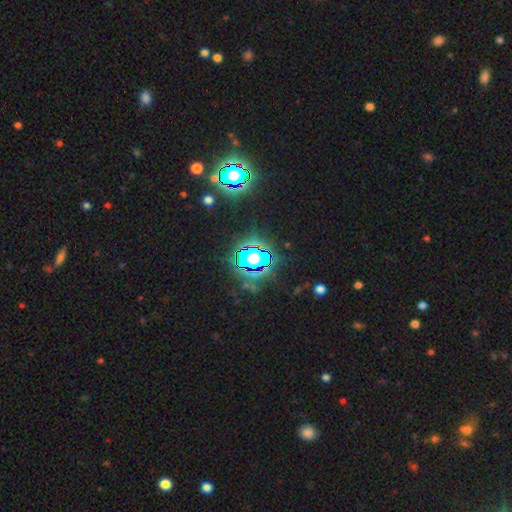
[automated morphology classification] Overall: star or artifact (66%).